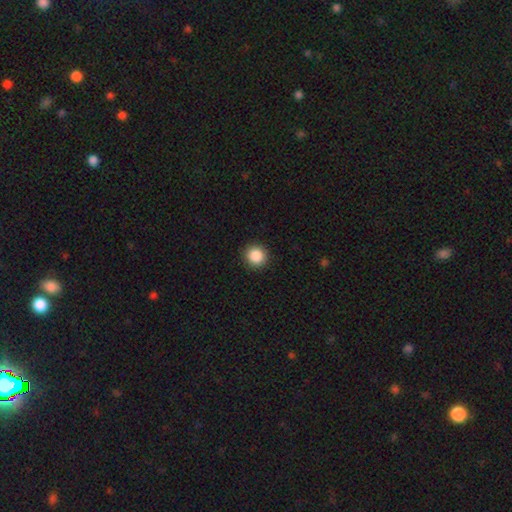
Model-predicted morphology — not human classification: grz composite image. It shows a smooth galaxy with no disk features (88%) that is round (93%). Merging: none (92%).